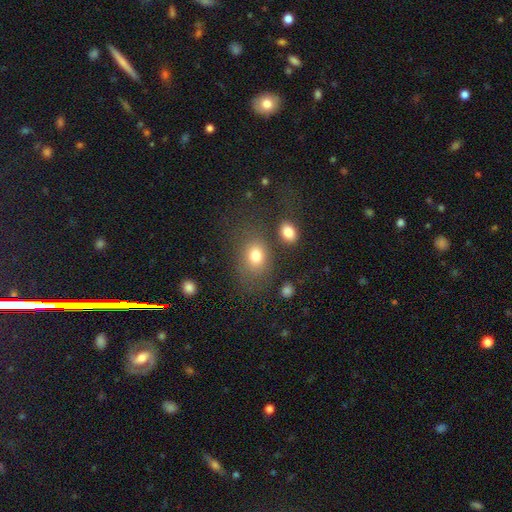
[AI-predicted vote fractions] This is likely a smooth galaxy (77%). How rounded: likely in between (66%). Merging: likely none (66%).